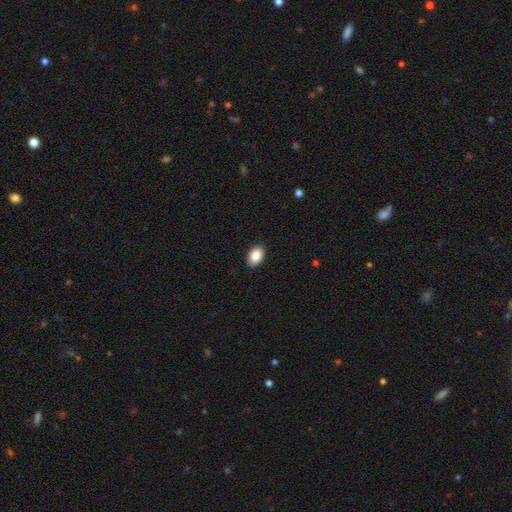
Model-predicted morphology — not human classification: Q: Smooth or featured?
A: smooth (88%); runner-up: star or artifact (7%)
Q: How rounded?
A: in between (89%); runner-up: round (10%)
Q: Merging?
A: none (89%); runner-up: minor disturbance (8%)